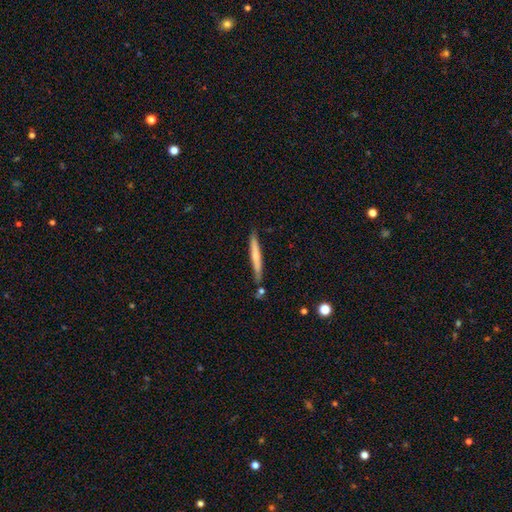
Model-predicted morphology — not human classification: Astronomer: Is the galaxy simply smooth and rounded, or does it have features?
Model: smooth — 58% (runner-up: featured or disk, 36%).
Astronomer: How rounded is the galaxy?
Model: cigar-shaped — 96%.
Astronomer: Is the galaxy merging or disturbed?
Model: none — 77%.